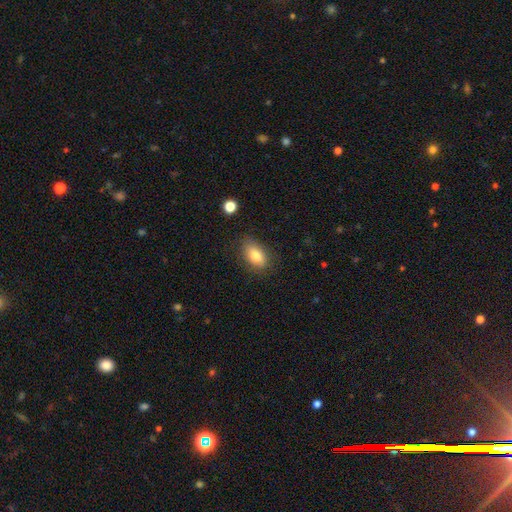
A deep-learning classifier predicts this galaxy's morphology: Overall: smooth (80%). How rounded: in between (87%). Merging: none (81%).